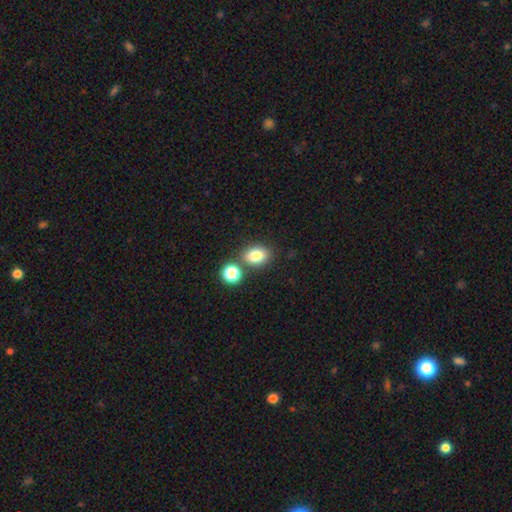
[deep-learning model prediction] smooth_or_featured: smooth (p=0.81) [alt: star or artifact p=0.11]
how_rounded: in between (p=0.69) [alt: round p=0.30]
merging: none (p=0.73) [alt: merger p=0.14]